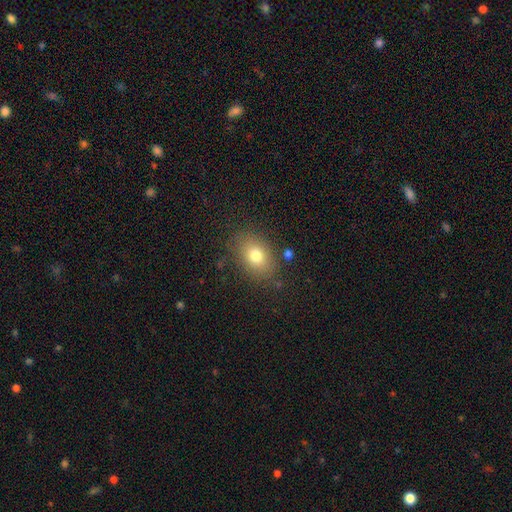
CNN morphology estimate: The model was most divided on "how rounded": in between: 73%, round: 25%, cigar-shaped: 1%. More confident: merging — none (82%); smooth or featured — smooth (77%).